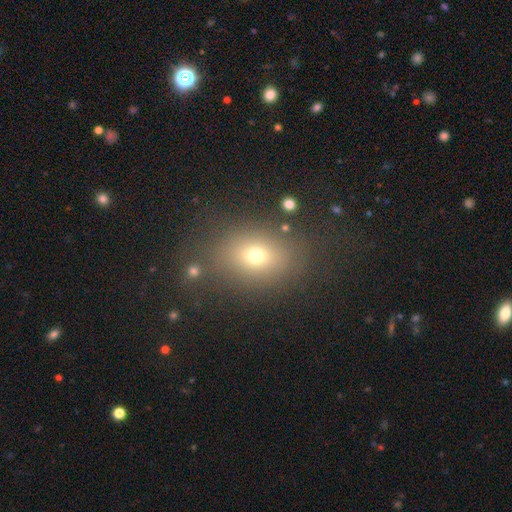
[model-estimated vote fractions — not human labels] The model was most divided on "how rounded": in between: 55%, round: 44%, cigar-shaped: 2%. More confident: merging — none (77%); smooth or featured — smooth (68%).